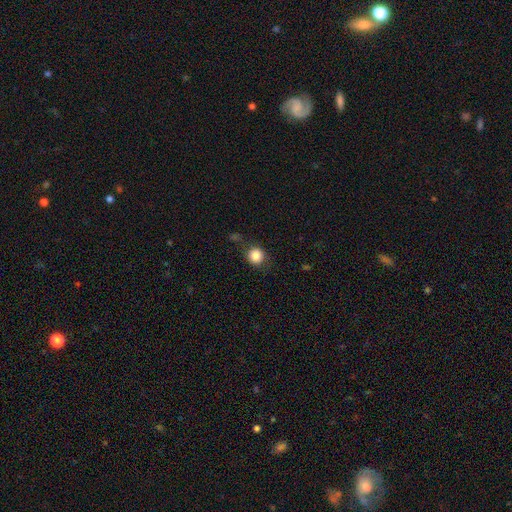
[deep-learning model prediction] A smooth galaxy with no disk features (84%) that is round (88%).

Vote fractions:
- Smooth or featured? smooth: 84% / star or artifact: 10% / featured or disk: 6%
- How rounded? round: 88% / in between: 11% / cigar-shaped: 1%
- Merging? none: 76% / minor disturbance: 15% / major disturbance: 6% / merger: 3%